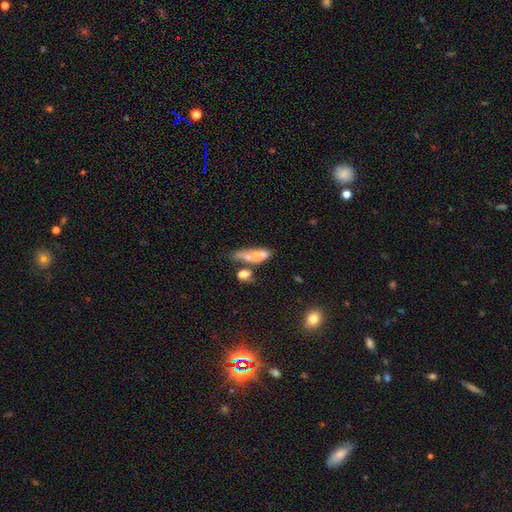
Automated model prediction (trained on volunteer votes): Smooth or featured? smooth (62%)
How rounded? in between (55%)
Merging? merger (40%)